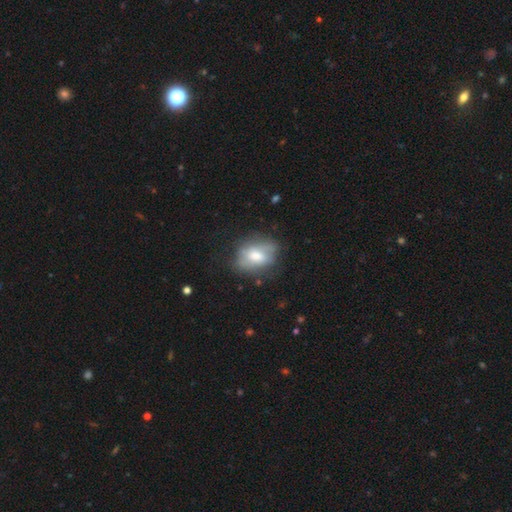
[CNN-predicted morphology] The model was most divided on "smooth or featured": smooth: 60%, featured or disk: 32%, star or artifact: 8%. More confident: how rounded — in between (73%); merging — none (57%).